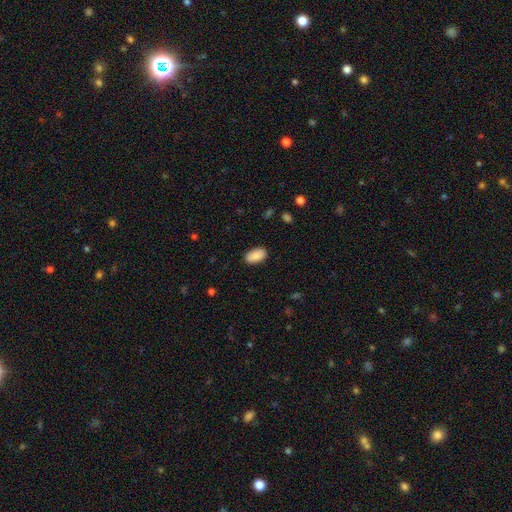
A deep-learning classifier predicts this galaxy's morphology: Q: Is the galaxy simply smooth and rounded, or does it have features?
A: smooth — 85%.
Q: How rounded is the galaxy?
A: in between — 94%.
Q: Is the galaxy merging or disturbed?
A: none — 87%.